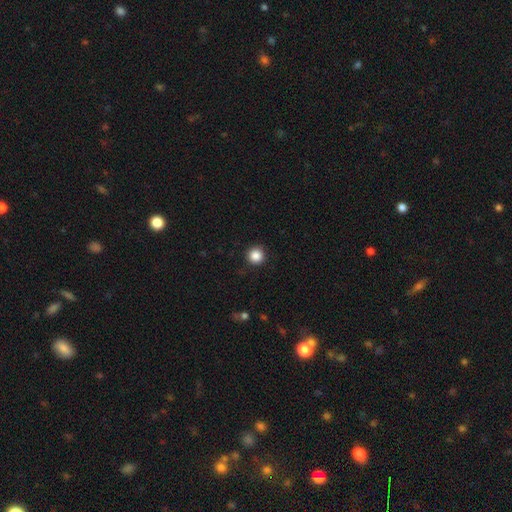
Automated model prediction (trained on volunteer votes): Smooth or featured? smooth (86%)
How rounded? round (95%)
Merging? none (91%)